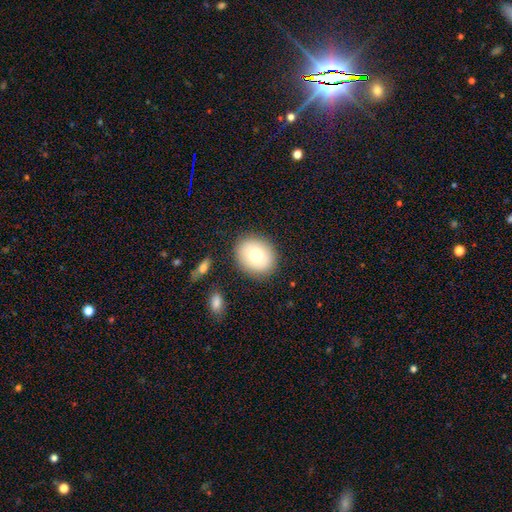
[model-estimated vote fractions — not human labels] This appears to be a smooth galaxy with no disk features (73%) that is round (69%). Merging: none (86%).